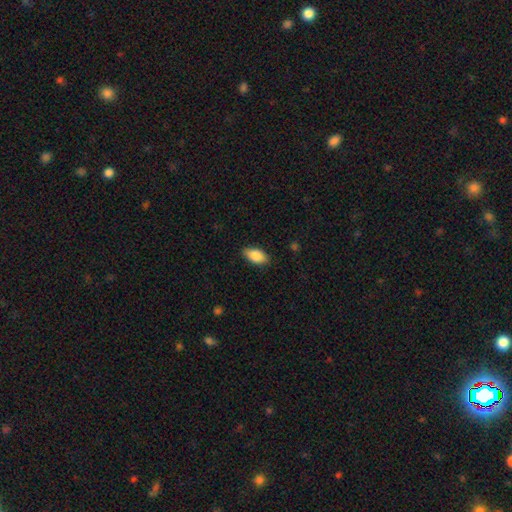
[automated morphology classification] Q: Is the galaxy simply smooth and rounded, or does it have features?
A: smooth — 86%.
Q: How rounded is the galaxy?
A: in between — 93%.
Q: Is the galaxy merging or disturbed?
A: none — 86%.